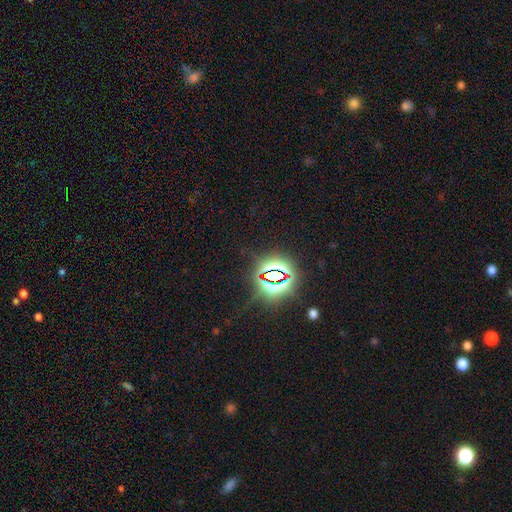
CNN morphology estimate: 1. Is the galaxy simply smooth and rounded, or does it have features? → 80% star or artifact, 12% smooth, 8% featured or disk.